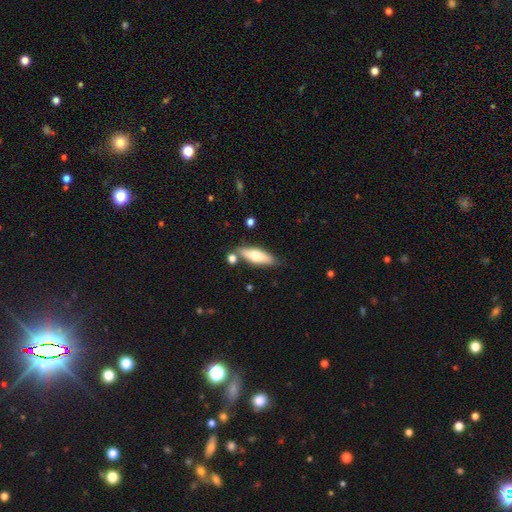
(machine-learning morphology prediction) type=smooth (60%); roundness=cigar-shaped (50%); merging=none (76%).